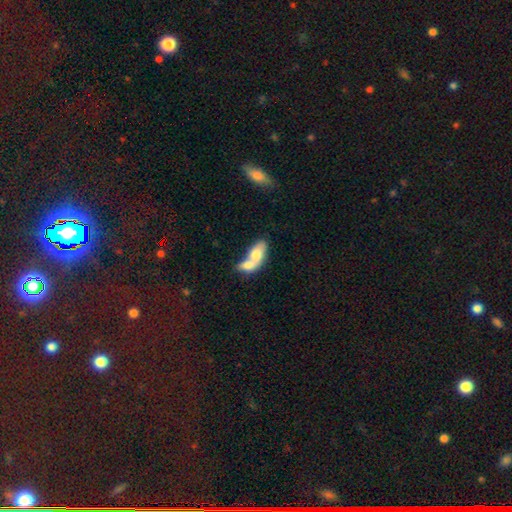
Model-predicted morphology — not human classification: Smooth or featured? Predicted: smooth (p=0.68). How rounded? Predicted: in between (p=0.85). Merging? Predicted: merger (p=0.76).